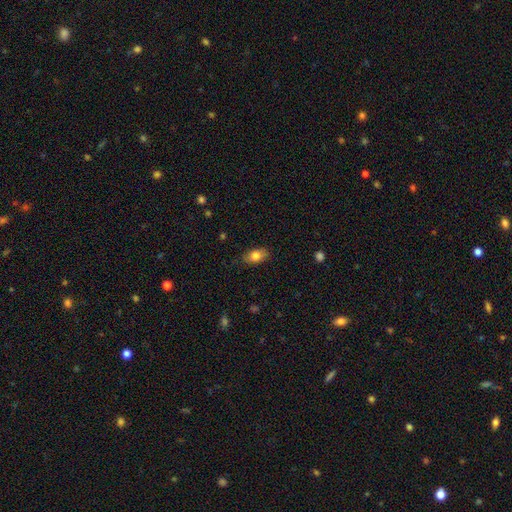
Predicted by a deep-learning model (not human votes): smooth_or_featured: smooth (p=0.80) [alt: featured or disk p=0.12]
how_rounded: in between (p=0.88) [alt: round p=0.09]
merging: none (p=0.82) [alt: minor disturbance p=0.14]